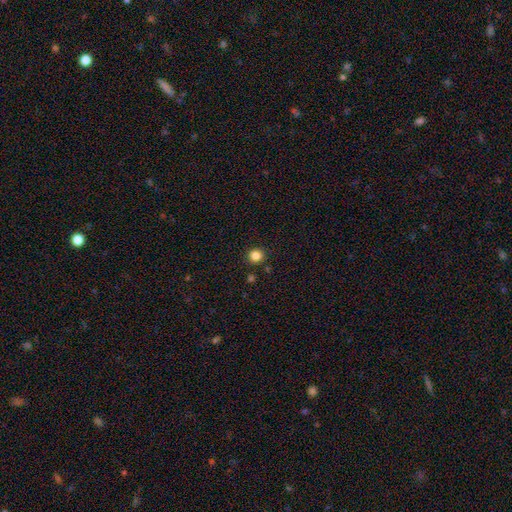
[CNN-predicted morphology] A smooth galaxy with no disk features (84%) that is round (91%). Merging: none (90%).